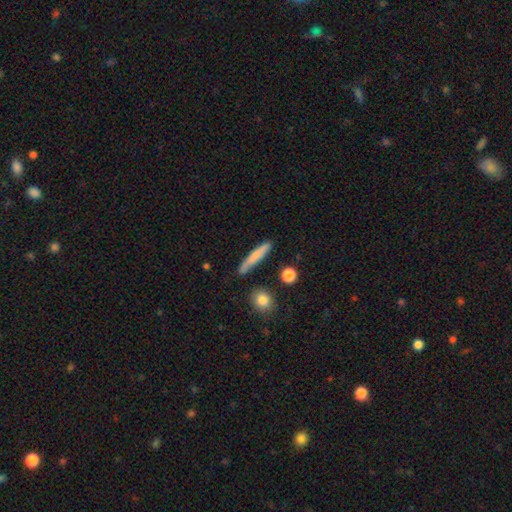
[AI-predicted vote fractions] Smooth or featured?
  - smooth: 73% *
  - featured or disk: 21%
  - star or artifact: 7%
How rounded?
  - cigar-shaped: 91% *
  - in between: 7%
  - round: 2%
Merging?
  - none: 81% *
  - minor disturbance: 12%
  - merger: 4%
  - major disturbance: 3%